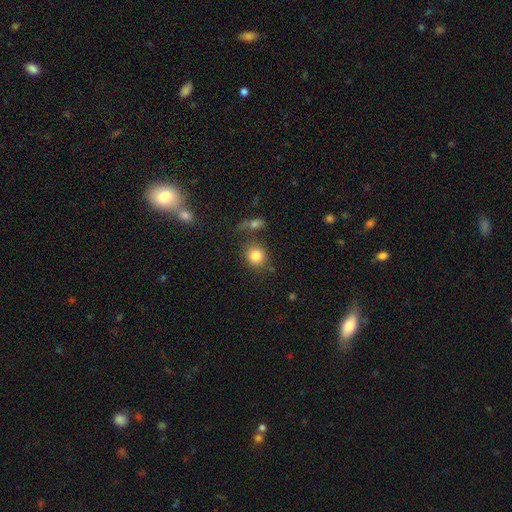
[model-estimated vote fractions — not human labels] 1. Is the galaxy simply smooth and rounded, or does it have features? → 83% smooth, 9% star or artifact, 8% featured or disk.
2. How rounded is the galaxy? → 81% round, 18% in between, 1% cigar-shaped.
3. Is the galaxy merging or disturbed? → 73% none, 12% minor disturbance, 11% merger, 5% major disturbance.